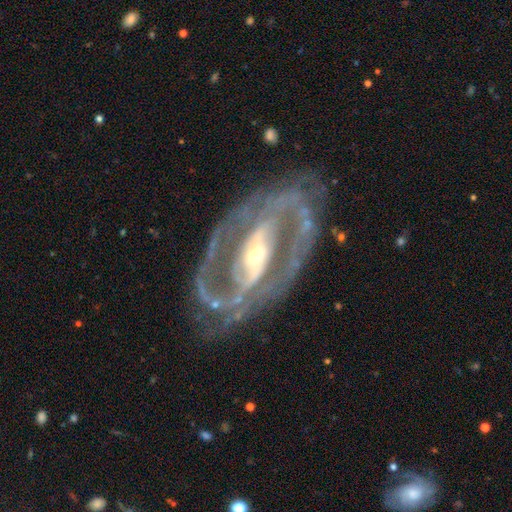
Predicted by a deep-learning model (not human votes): Smooth or featured? featured or disk (90%)
Edge-on disk? no (94%)
Bar? strong (56%)
Spiral arms? yes (89%)
Spiral winding? medium (44%)
Spiral arm count? 2 (73%)
Bulge size? small (48%)
Merging? none (68%)